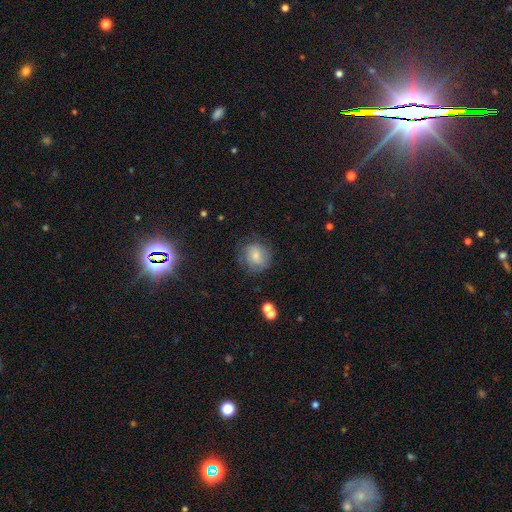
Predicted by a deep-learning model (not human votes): A smooth galaxy with no disk features (54%) that is round (81%).

Vote fractions:
- Smooth or featured? smooth: 54% / featured or disk: 36% / star or artifact: 10%
- How rounded? round: 81% / in between: 18% / cigar-shaped: 1%
- Merging? none: 69% / minor disturbance: 20% / major disturbance: 9% / merger: 2%